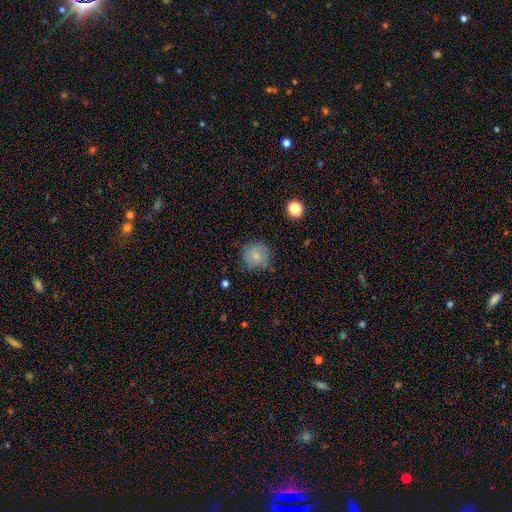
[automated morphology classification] Smooth or featured? Predicted: smooth (p=0.77). How rounded? Predicted: round (p=0.90). Merging? Predicted: none (p=0.69).